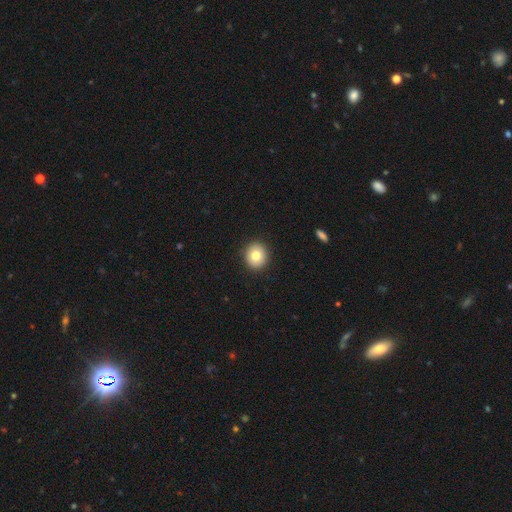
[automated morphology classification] This appears to be a smooth galaxy with no disk features (79%) that is round (85%). Merging: none (92%).